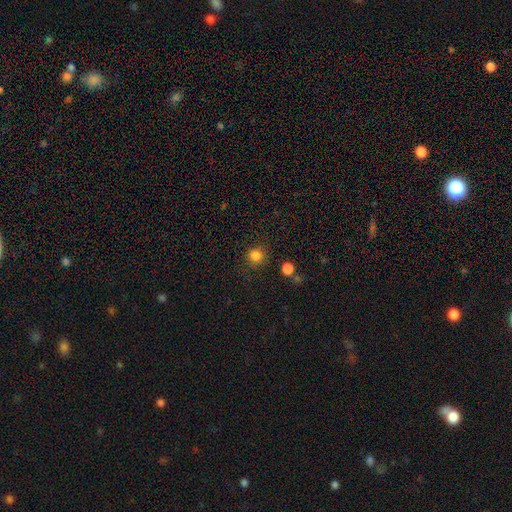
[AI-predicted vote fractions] This is clearly a smooth galaxy (83%). How rounded: clearly round (92%). Merging: clearly none (88%).